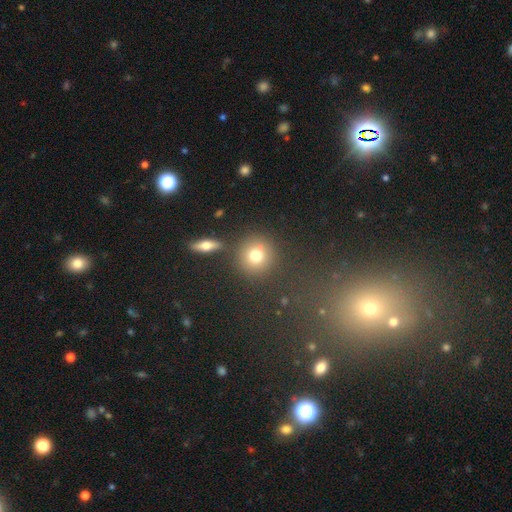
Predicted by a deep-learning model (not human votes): Smooth or featured? Predicted: smooth (p=0.74). How rounded? Predicted: round (p=0.89). Merging? Predicted: none (p=0.78).